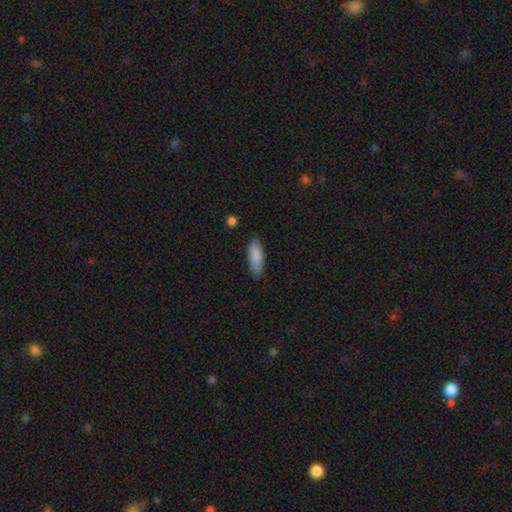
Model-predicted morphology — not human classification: This is clearly a smooth galaxy (86%). How rounded: likely in between (65%). Merging: clearly none (83%).